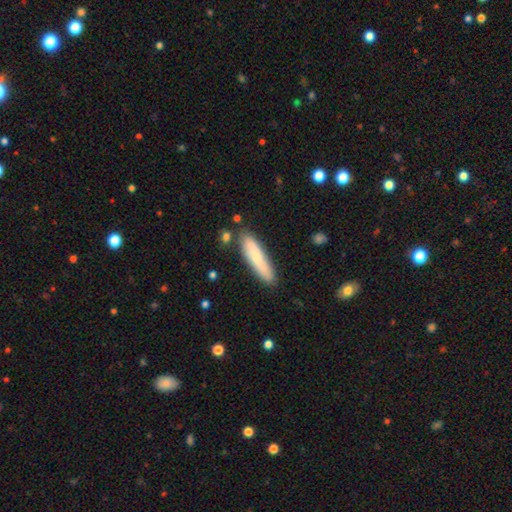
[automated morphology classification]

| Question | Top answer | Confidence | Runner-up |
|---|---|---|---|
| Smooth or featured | smooth | 67% | featured or disk (27%) |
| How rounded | cigar-shaped | 79% | in between (19%) |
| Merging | none | 83% | minor disturbance (12%) |